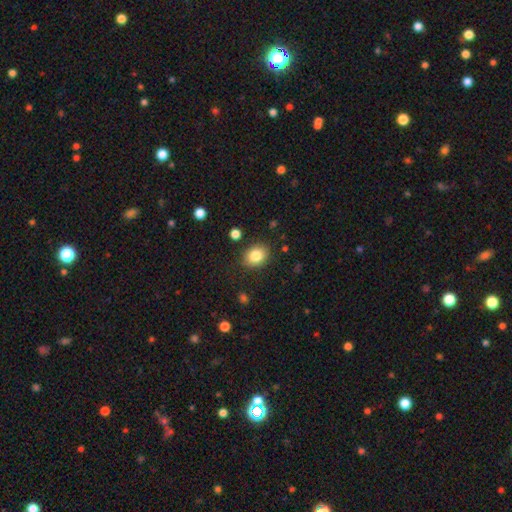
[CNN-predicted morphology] smooth 83%, star or artifact 9%, featured or disk 8%. Down the decision tree: how rounded — in between (53%); merging — none (84%).